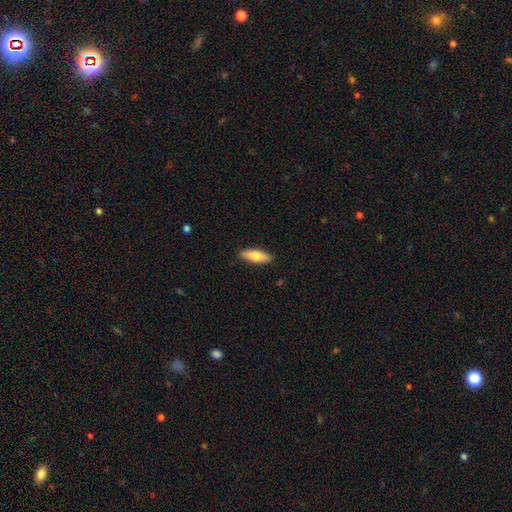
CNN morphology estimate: Smooth or featured: smooth — 75% (featured or disk — 20%)
How rounded: in between — 60% (cigar-shaped — 38%)
Merging: none — 89% (minor disturbance — 8%)